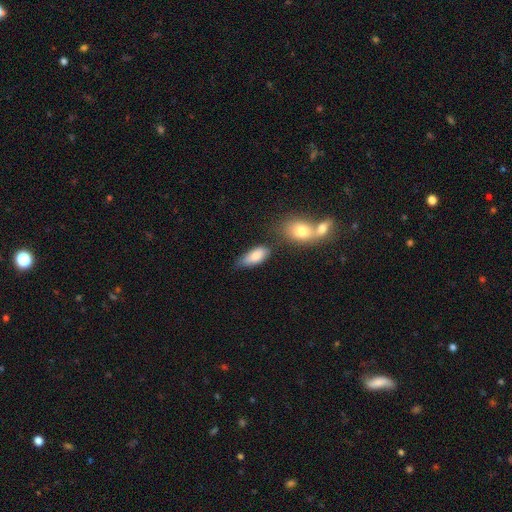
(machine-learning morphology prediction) Smooth or featured? Predicted: smooth (p=0.82). How rounded? Predicted: in between (p=0.86). Merging? Predicted: none (p=0.55).